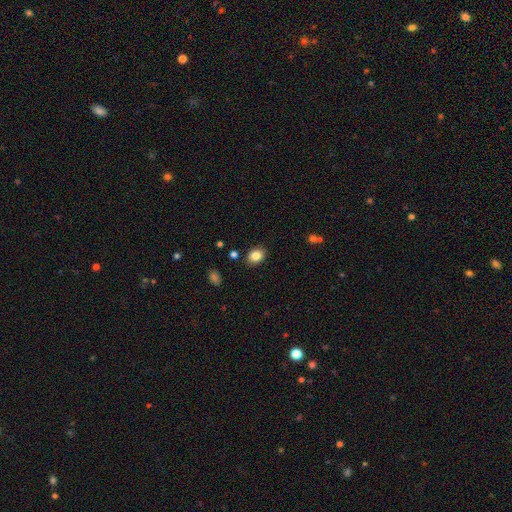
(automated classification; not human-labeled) Smooth or featured? smooth (85%)
How rounded? in between (59%)
Merging? none (85%)